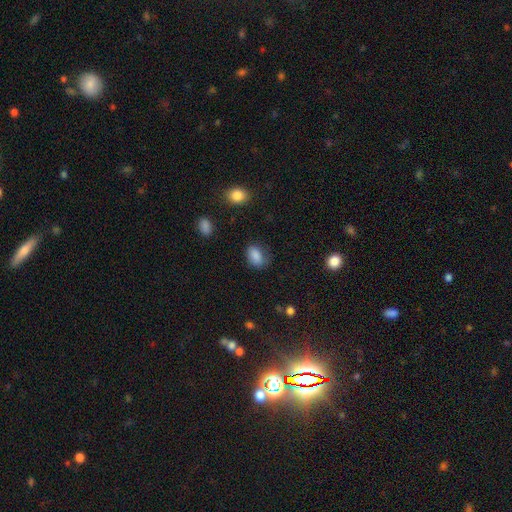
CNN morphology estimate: Smooth or featured: smooth — 85% (star or artifact — 9%)
How rounded: in between — 83% (round — 15%)
Merging: none — 66% (minor disturbance — 24%)